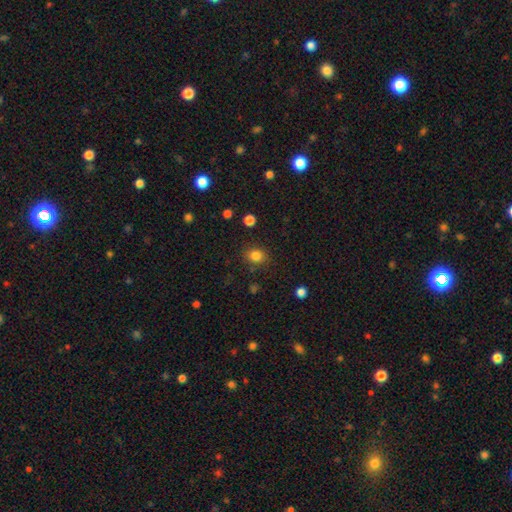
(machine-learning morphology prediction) The model was most divided on "how rounded": round: 63%, in between: 36%, cigar-shaped: 1%. More confident: merging — none (83%); smooth or featured — smooth (83%).